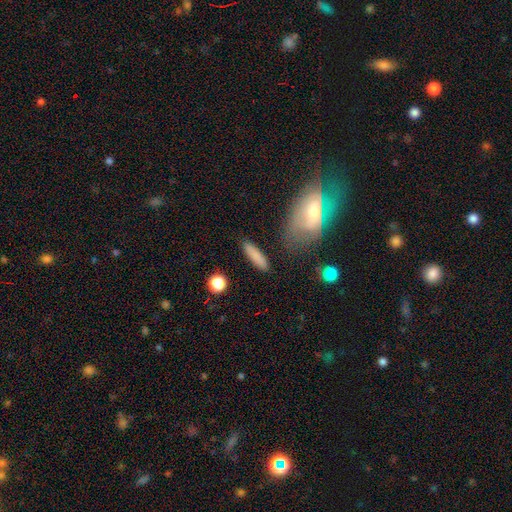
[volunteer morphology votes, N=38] Smooth or featured? smooth (97%)
How rounded? cigar-shaped (73%)
Merging? none (89%)